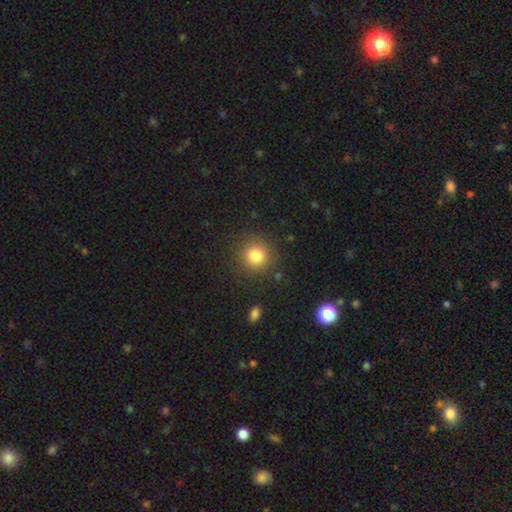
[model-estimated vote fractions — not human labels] The model was most divided on "smooth or featured": smooth: 82%, star or artifact: 12%, featured or disk: 7%. More confident: how rounded — round (92%); merging — none (87%).